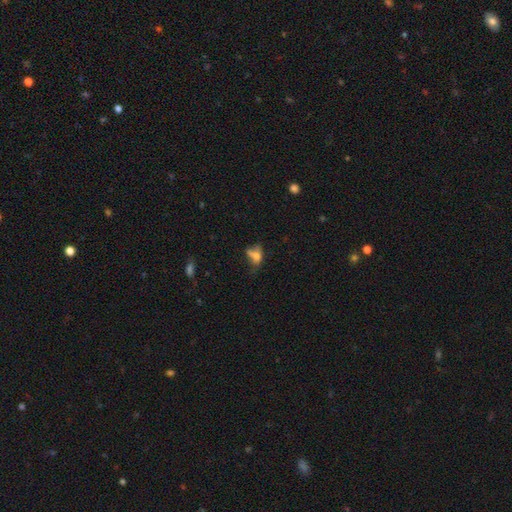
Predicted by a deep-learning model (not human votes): Smooth or featured? Predicted: smooth (p=0.60). How rounded? Predicted: in between (p=0.70). Merging? Predicted: none (p=0.32).